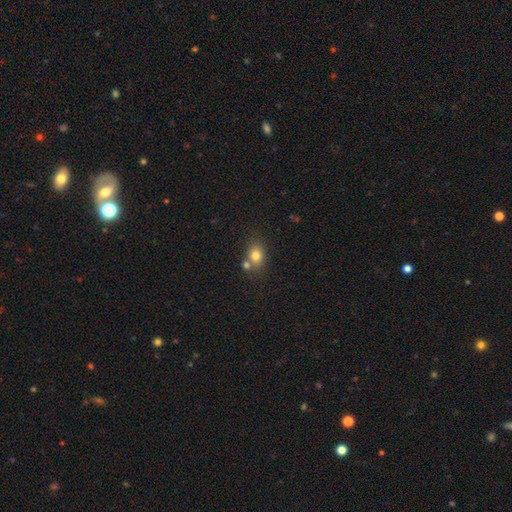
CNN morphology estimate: Smooth or featured? Predicted: smooth (p=0.79). How rounded? Predicted: in between (p=0.58). Merging? Predicted: none (p=0.58).